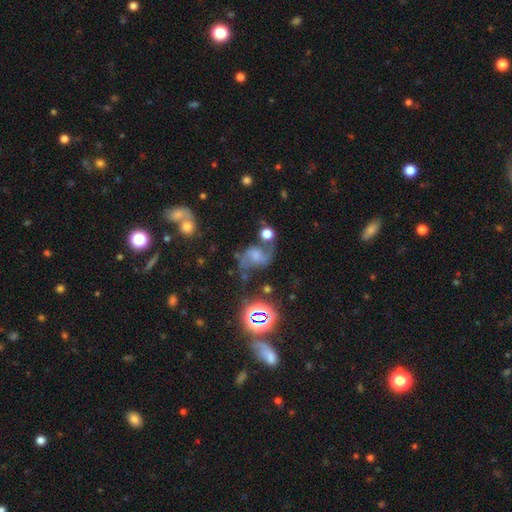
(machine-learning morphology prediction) Smooth or featured?
  - featured or disk: 68% *
  - smooth: 17%
  - star or artifact: 15%
Edge-on disk?
  - no: 97% *
  - yes: 3%
Bar?
  - no: 55% *
  - weak: 35%
  - strong: 10%
Spiral arms?
  - yes: 92% *
  - no: 8%
Spiral winding?
  - loose: 67% *
  - medium: 28%
  - tight: 5%
Spiral arm count?
  - 2: 89% *
  - 1: 4%
  - can't tell: 3%
  - 3: 1%
  - 4: 1%
  - more than 4: 1%
Bulge size?
  - moderate: 33% *
  - none: 24%
  - small: 23%
  - large: 16%
  - dominant: 4%
Merging?
  - none: 50% *
  - minor disturbance: 19%
  - major disturbance: 16%
  - merger: 15%